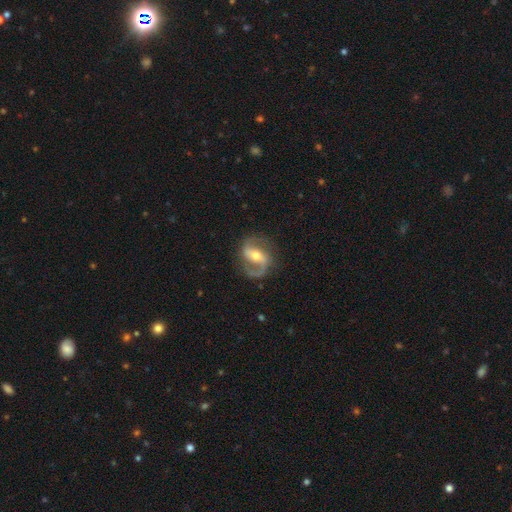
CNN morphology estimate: A featured or disk galaxy (86%) with a strong bar (41%), 2 (78%) medium (50%) spiral arms (95%) and a moderate central bulge (63%).

Vote fractions:
- Smooth or featured? featured or disk: 86% / smooth: 9% / star or artifact: 5%
- Edge-on disk? no: 97% / yes: 3%
- Bar? strong: 41% / weak: 39% / no: 21%
- Spiral arms? yes: 95% / no: 5%
- Spiral winding? medium: 50% / loose: 34% / tight: 16%
- Spiral arm count? 2: 78% / 1: 16% / can't tell: 3% / 3: 1% / 4: 1% / more than 4: 1%
- Bulge size? moderate: 63% / small: 30% / large: 4% / none: 1% / dominant: 1%
- Merging? none: 74% / minor disturbance: 15% / major disturbance: 10% / merger: 2%